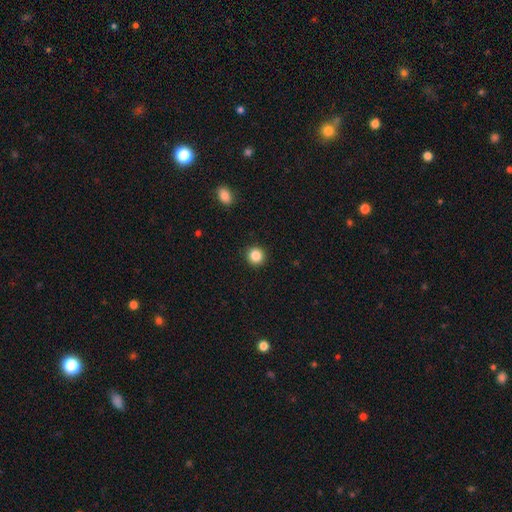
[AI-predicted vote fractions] smooth 85%, star or artifact 11%, featured or disk 4%. Down the decision tree: how rounded — round (94%); merging — none (92%).